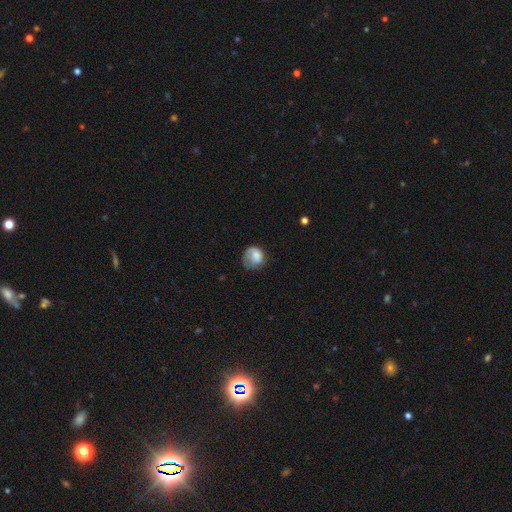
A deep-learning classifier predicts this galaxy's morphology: A smooth galaxy with no disk features (65%) that is round (70%). Merging: none (45%).